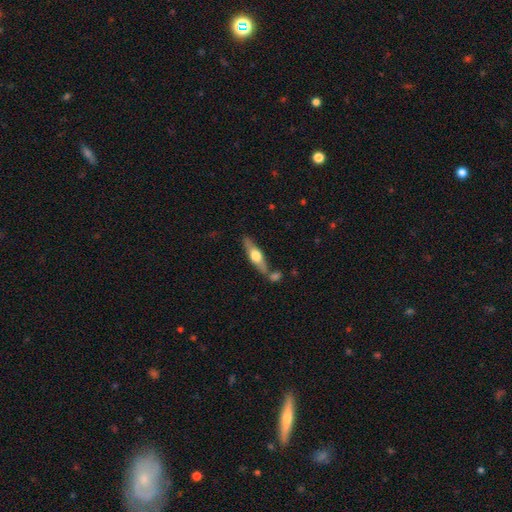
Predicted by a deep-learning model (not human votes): smooth_or_featured: featured or disk (p=0.55) [alt: smooth p=0.40]
disk_edge_on: yes (p=0.90) [alt: no p=0.10]
merging: none (p=0.70) [alt: merger p=0.14]